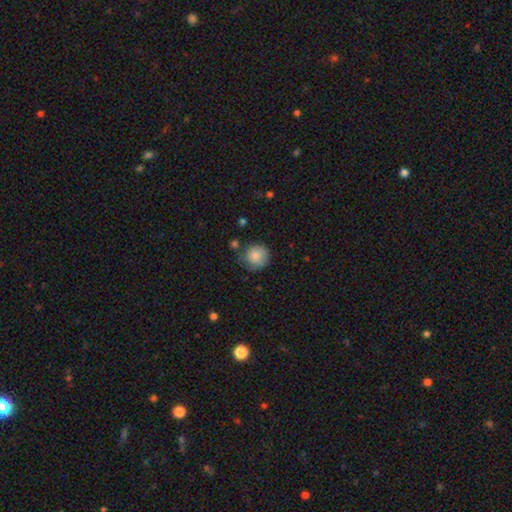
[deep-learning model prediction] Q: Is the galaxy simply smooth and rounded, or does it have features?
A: smooth — 84%.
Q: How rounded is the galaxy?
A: round — 91%.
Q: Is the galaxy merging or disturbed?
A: none — 68%.